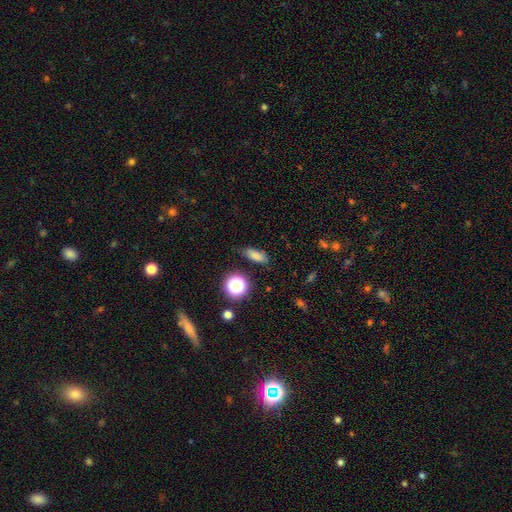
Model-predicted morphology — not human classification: A smooth galaxy with no disk features (78%) that is in between round and cigar-shaped (69%). Merging: none (80%).